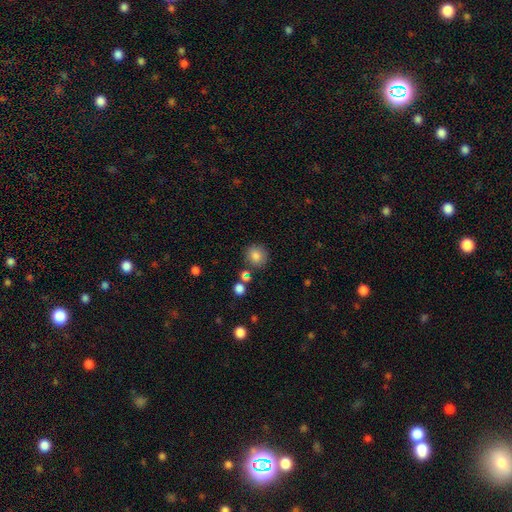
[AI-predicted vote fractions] This is clearly a smooth galaxy (83%). How rounded: clearly round (86%). Merging: clearly none (80%).